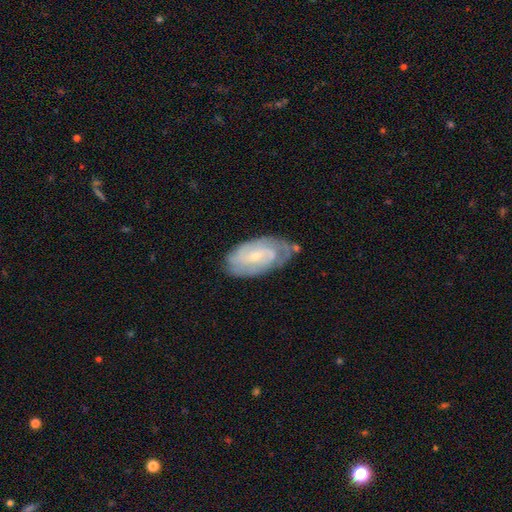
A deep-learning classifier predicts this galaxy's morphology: smooth-or-featured: featured or disk: 77% | smooth: 17% | star or artifact: 6%
  disk-edge-on: no: 95% | yes: 5%
    bar: no: 50% | weak: 40% | strong: 10%
    has-spiral-arms: yes: 92% | no: 8%
      spiral-winding: tight: 58% | medium: 33% | loose: 9%
      spiral-arm-count: 2: 45% | can't tell: 31% | 3: 13% | 4: 4% | 1: 4% | more than 4: 3%
    bulge-size: small: 73% | moderate: 23% | none: 2% | large: 1% | dominant: 1%
  merging: none: 69% | minor disturbance: 23% | major disturbance: 6% | merger: 2%